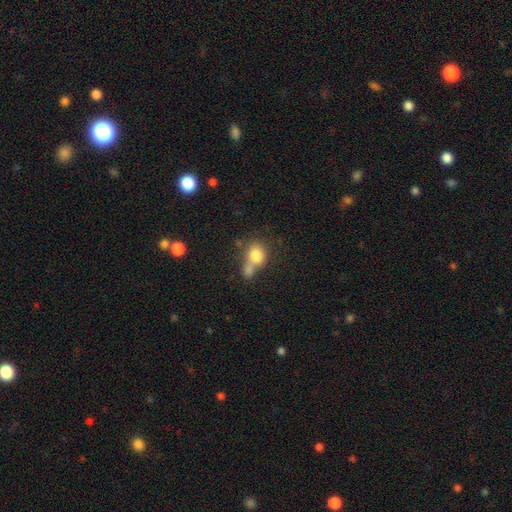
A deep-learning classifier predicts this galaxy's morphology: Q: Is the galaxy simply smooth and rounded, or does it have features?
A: smooth — 78%.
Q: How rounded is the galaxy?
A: round — 62%.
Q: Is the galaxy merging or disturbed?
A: merger — 51%.